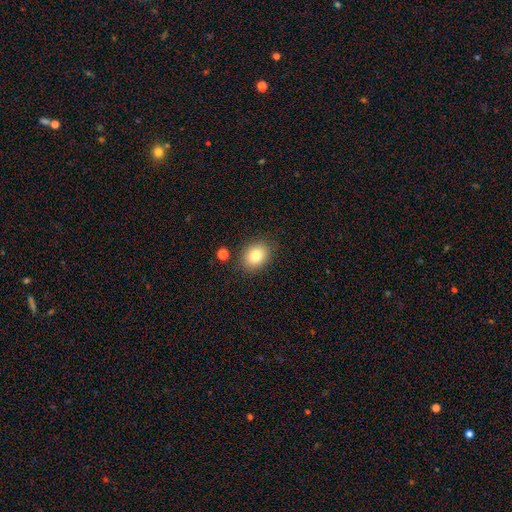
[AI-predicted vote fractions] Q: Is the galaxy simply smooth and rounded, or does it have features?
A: smooth — 81%.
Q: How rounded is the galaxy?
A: in between — 54%.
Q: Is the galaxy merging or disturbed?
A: none — 85%.